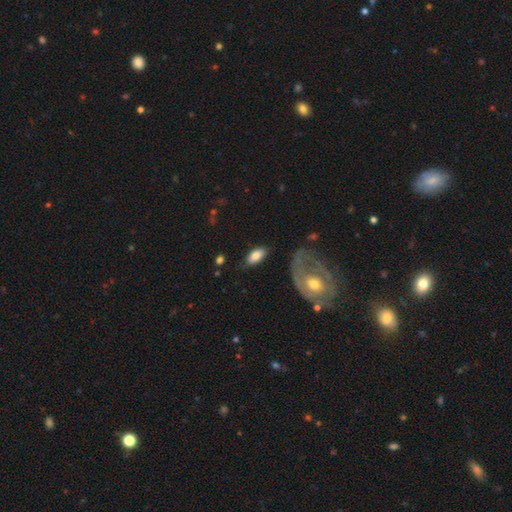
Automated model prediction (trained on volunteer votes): Smooth or featured?
  - smooth: 80% *
  - featured or disk: 14%
  - star or artifact: 6%
How rounded?
  - in between: 91% *
  - cigar-shaped: 6%
  - round: 3%
Merging?
  - none: 76% *
  - minor disturbance: 15%
  - major disturbance: 6%
  - merger: 3%